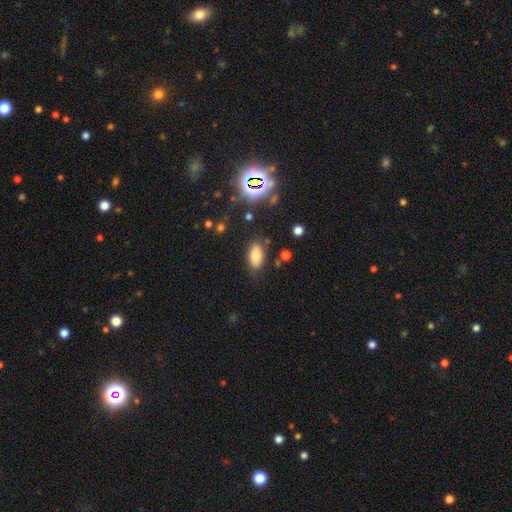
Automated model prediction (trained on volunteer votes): smooth-or-featured: smooth: 76% | star or artifact: 13% | featured or disk: 11%
  how-rounded: in between: 90% | cigar-shaped: 6% | round: 4%
  merging: none: 78% | minor disturbance: 15% | major disturbance: 4% | merger: 3%